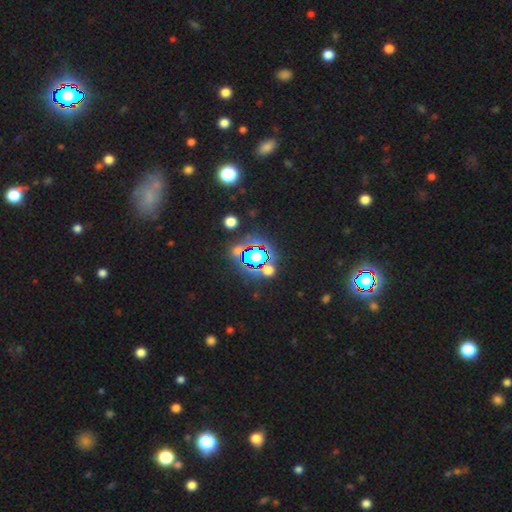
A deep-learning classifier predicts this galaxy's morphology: Overall: star or artifact (65%).